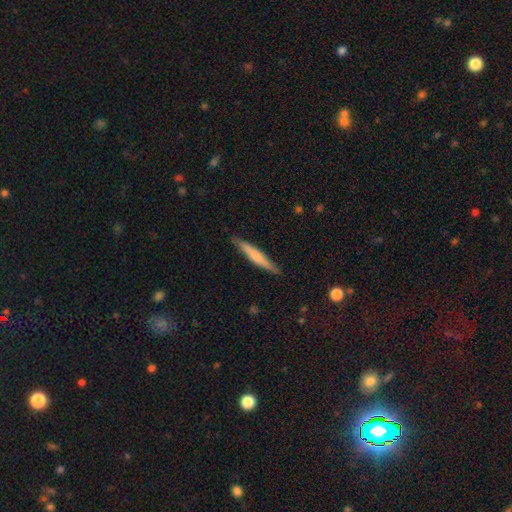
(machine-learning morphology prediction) type=smooth (57%); roundness=cigar-shaped (94%); merging=none (87%).